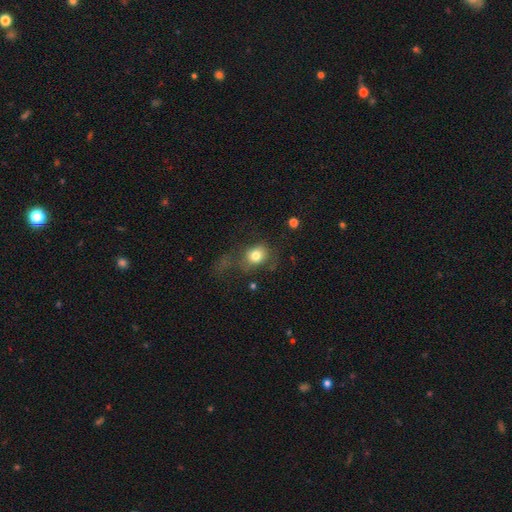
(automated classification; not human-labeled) Smooth or featured? smooth (76%)
How rounded? round (59%)
Merging? none (39%)